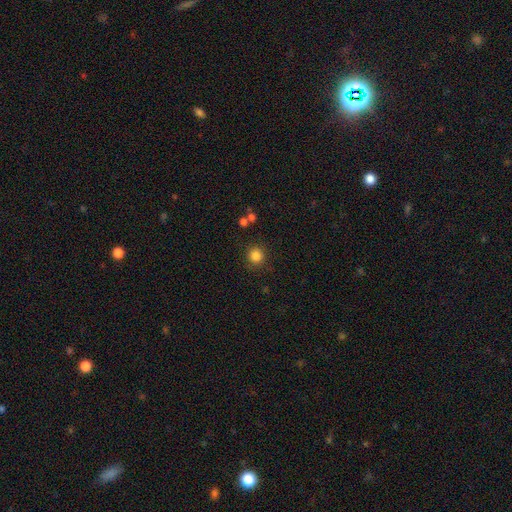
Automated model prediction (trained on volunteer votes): A smooth galaxy with no disk features (85%) that is round (92%).

Vote fractions:
- Smooth or featured? smooth: 85% / star or artifact: 12% / featured or disk: 4%
- How rounded? round: 92% / in between: 7% / cigar-shaped: 1%
- Merging? none: 87% / minor disturbance: 8% / major disturbance: 3% / merger: 3%